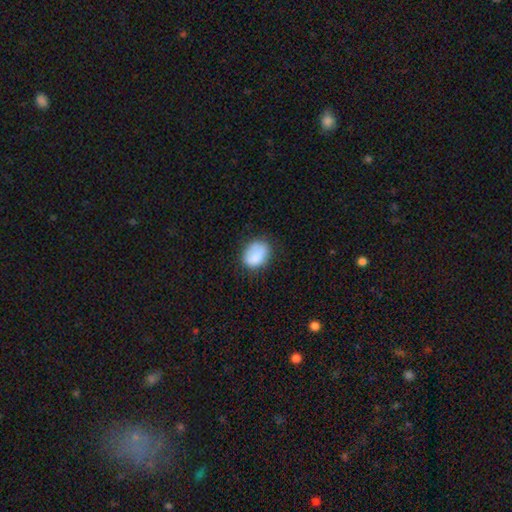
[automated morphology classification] Smooth or featured? smooth (83%)
How rounded? in between (64%)
Merging? none (68%)